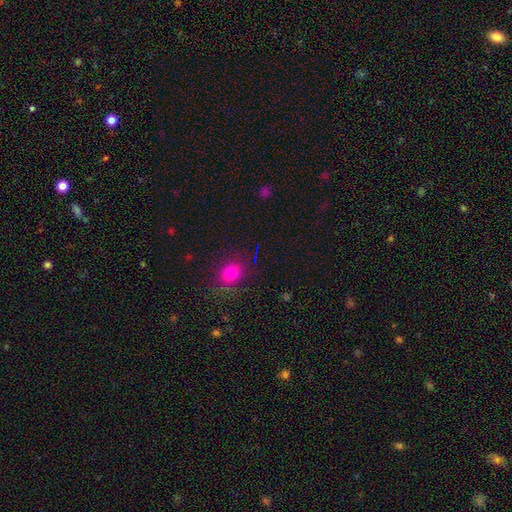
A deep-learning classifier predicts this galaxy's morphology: The model was most divided on "how rounded": round: 56%, in between: 42%, cigar-shaped: 2%. More confident: merging — none (84%); smooth or featured — smooth (63%).